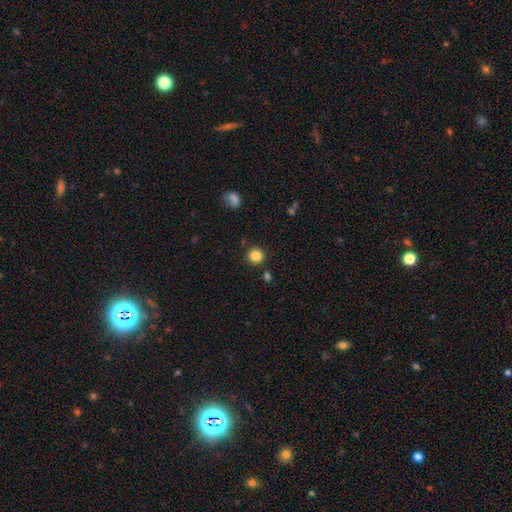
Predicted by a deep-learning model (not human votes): Smooth or featured: smooth — 85% (star or artifact — 11%)
How rounded: round — 90% (in between — 9%)
Merging: none — 86% (minor disturbance — 8%)